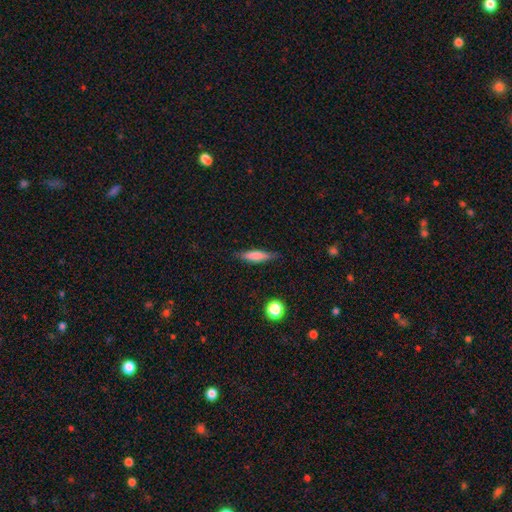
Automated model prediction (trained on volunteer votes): Morphology: type=smooth (73%); roundness=cigar-shaped (75%); merging=none (81%).